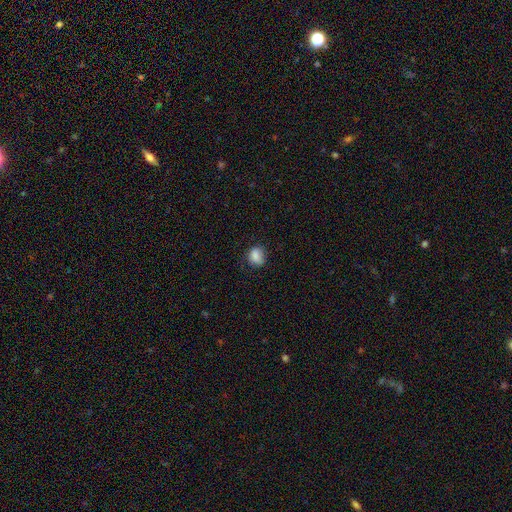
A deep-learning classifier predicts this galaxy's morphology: Smooth or featured: smooth — 83% (star or artifact — 9%)
How rounded: round — 53% (in between — 46%)
Merging: none — 69% (minor disturbance — 23%)